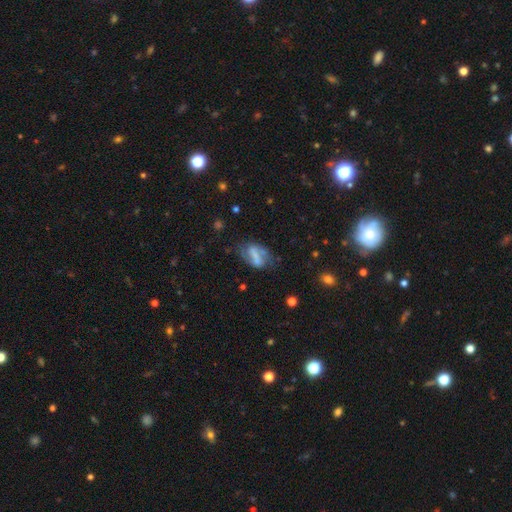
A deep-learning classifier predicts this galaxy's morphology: smooth-or-featured: featured or disk: 53% | smooth: 37% | star or artifact: 10%
  disk-edge-on: no: 93% | yes: 7%
  merging: none: 50% | minor disturbance: 25% | major disturbance: 18% | merger: 8%